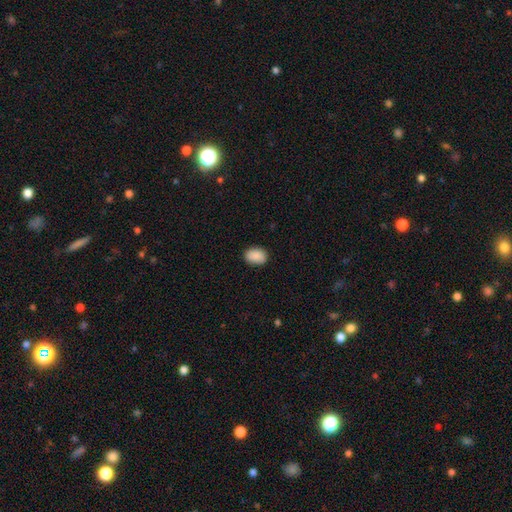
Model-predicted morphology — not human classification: This appears to be a smooth galaxy with no disk features (90%) that is in between round and cigar-shaped (76%). Merging: none (86%).